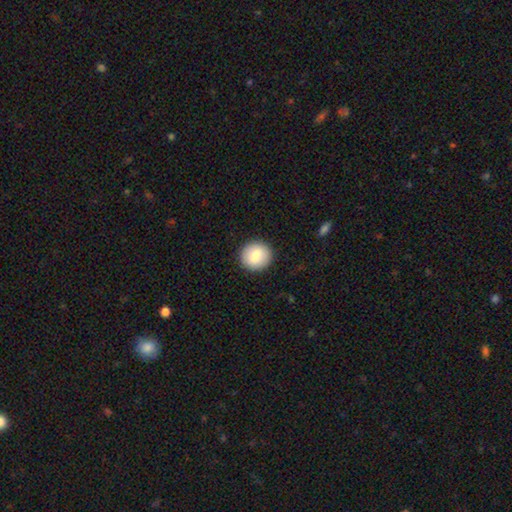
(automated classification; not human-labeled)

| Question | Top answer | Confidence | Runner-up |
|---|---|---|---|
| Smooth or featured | smooth | 81% | featured or disk (12%) |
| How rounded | round | 93% | in between (7%) |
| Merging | none | 92% | minor disturbance (6%) |